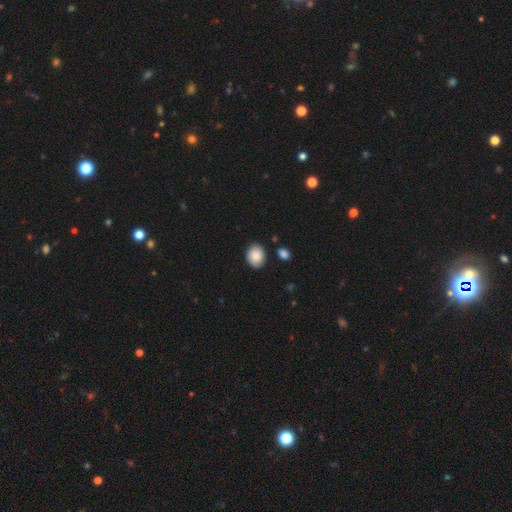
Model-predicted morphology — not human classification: Q: Smooth or featured?
A: smooth (88%); runner-up: star or artifact (7%)
Q: How rounded?
A: in between (53%); runner-up: round (47%)
Q: Merging?
A: none (82%); runner-up: minor disturbance (12%)